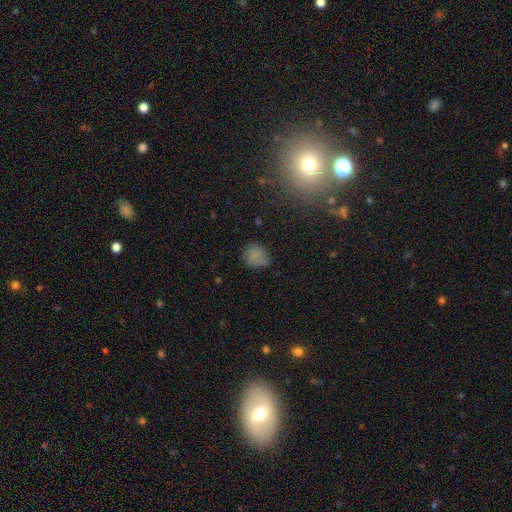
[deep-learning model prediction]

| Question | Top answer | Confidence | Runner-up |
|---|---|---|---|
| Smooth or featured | smooth | 78% | star or artifact (12%) |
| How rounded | round | 69% | in between (30%) |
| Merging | none | 67% | minor disturbance (25%) |